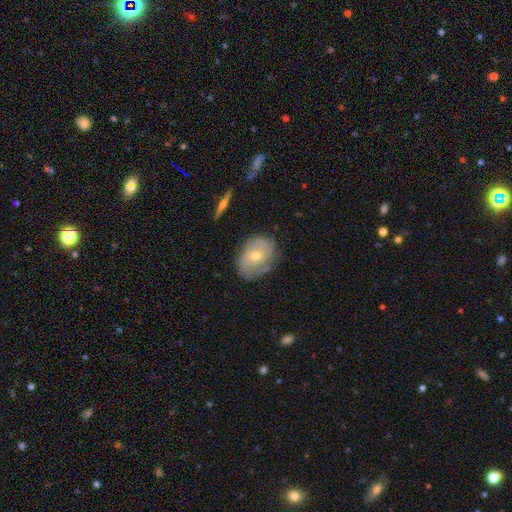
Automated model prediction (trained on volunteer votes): This appears to be a featured or disk galaxy (68%) with no bar (69%), tight (57%) spiral arms (85%) and a moderate central bulge (53%). Merging: none (72%).